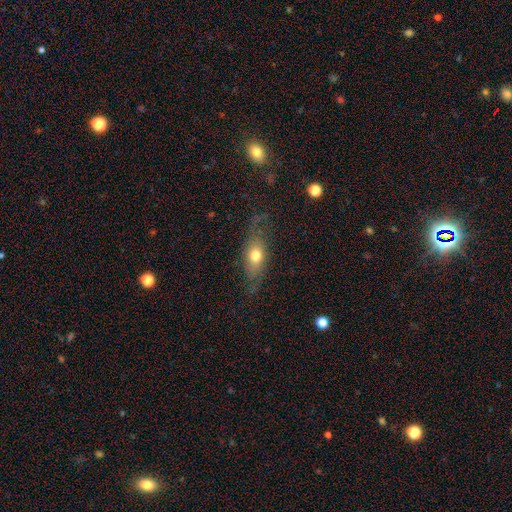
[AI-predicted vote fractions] A smooth galaxy with no disk features (56%) that is in between round and cigar-shaped (64%).

Vote fractions:
- Smooth or featured? smooth: 56% / featured or disk: 36% / star or artifact: 9%
- How rounded? in between: 64% / cigar-shaped: 26% / round: 10%
- Merging? none: 64% / minor disturbance: 22% / major disturbance: 12% / merger: 2%